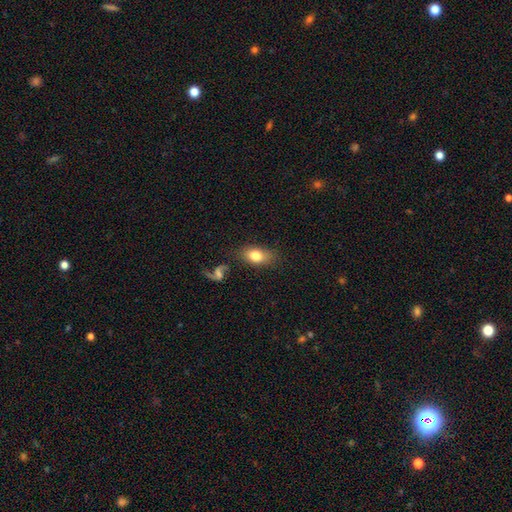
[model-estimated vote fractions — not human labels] Morphology: type=smooth (78%); roundness=in between (86%); merging=none (73%).